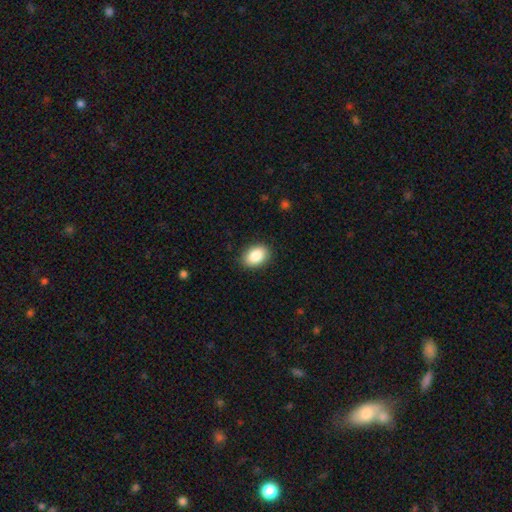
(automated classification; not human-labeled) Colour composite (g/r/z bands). It shows a smooth galaxy with no disk features (87%) that is in between round and cigar-shaped (82%). Merging: none (88%).